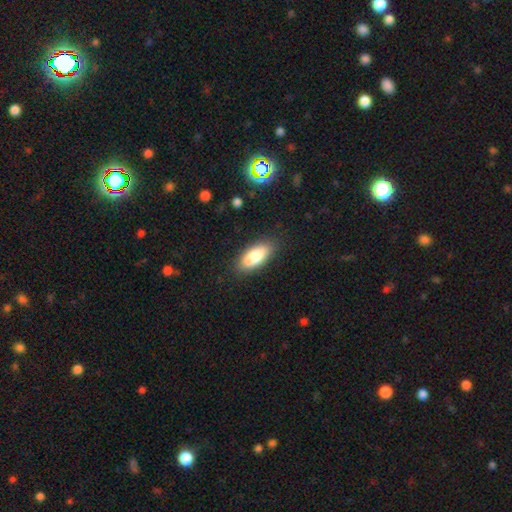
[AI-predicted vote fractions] smooth 83%, featured or disk 11%, star or artifact 6%. Down the decision tree: how rounded — in between (83%); merging — none (84%).